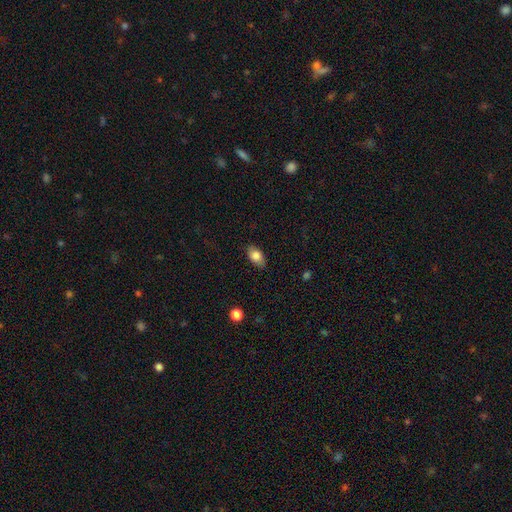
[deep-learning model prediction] This appears to be a smooth galaxy with no disk features (82%) that is in between round and cigar-shaped (90%). Merging: none (84%).